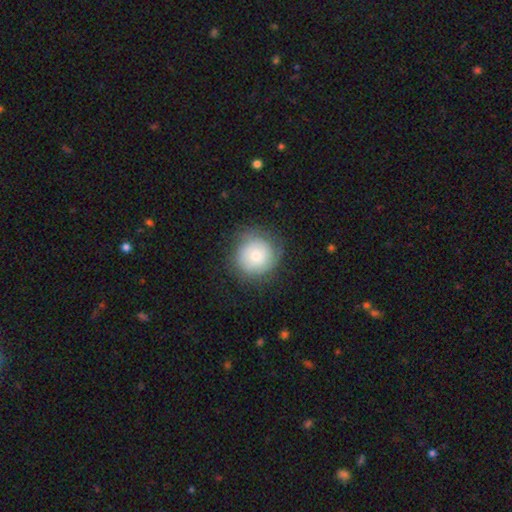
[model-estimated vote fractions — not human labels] Smooth or featured? Predicted: smooth (p=0.65). How rounded? Predicted: round (p=0.92). Merging? Predicted: none (p=0.76).